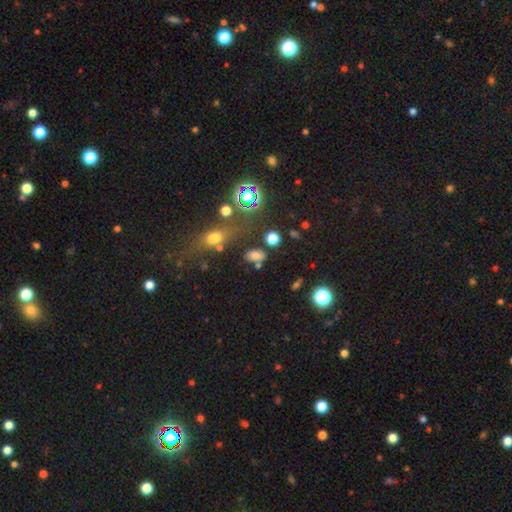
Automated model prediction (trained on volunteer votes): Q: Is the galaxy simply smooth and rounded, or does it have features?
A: smooth — 70%.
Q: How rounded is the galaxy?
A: in between — 82%.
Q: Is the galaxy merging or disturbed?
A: none — 67%.